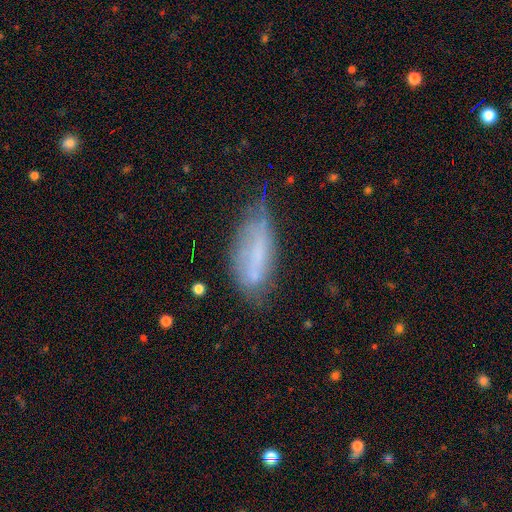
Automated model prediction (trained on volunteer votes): Smooth or featured: smooth — 56% (featured or disk — 34%)
How rounded: in between — 63% (cigar-shaped — 35%)
Merging: none — 44% (minor disturbance — 37%)